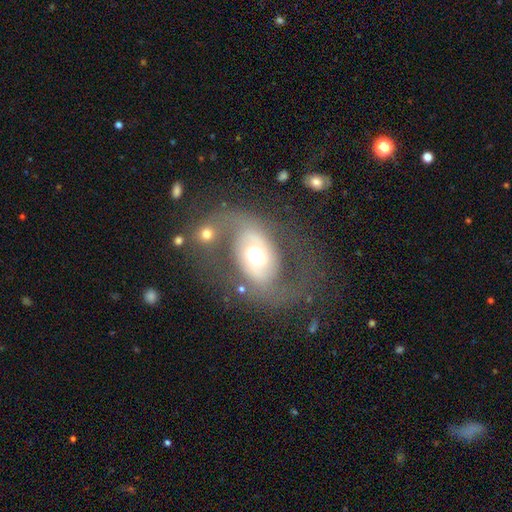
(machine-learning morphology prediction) This is likely a featured or disk galaxy (65%). It is clearly not viewed edge-on (95%). Bar: likely no (63%). Spiral arm pattern: likely yes (66%). Central bulge: possibly moderate (50%). Merging: likely none (60%).